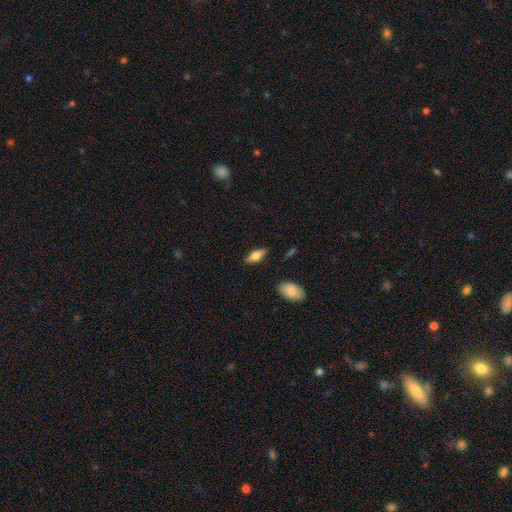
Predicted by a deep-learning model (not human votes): smooth 62%, featured or disk 31%, star or artifact 7%. Down the decision tree: how rounded — in between (74%); merging — none (86%).